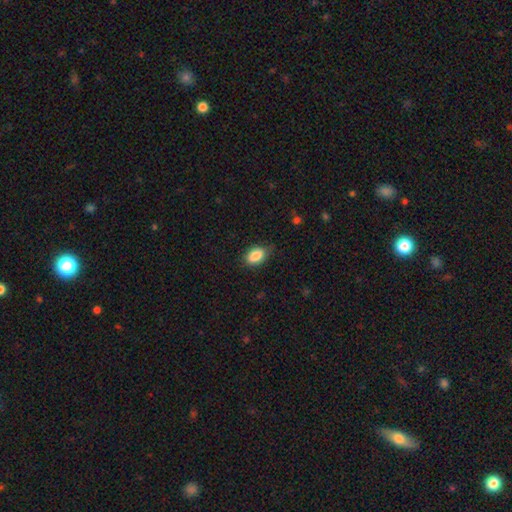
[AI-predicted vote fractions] Smooth or featured?
  - smooth: 87% *
  - star or artifact: 8%
  - featured or disk: 5%
How rounded?
  - in between: 90% *
  - round: 8%
  - cigar-shaped: 2%
Merging?
  - none: 76% *
  - minor disturbance: 19%
  - major disturbance: 4%
  - merger: 1%